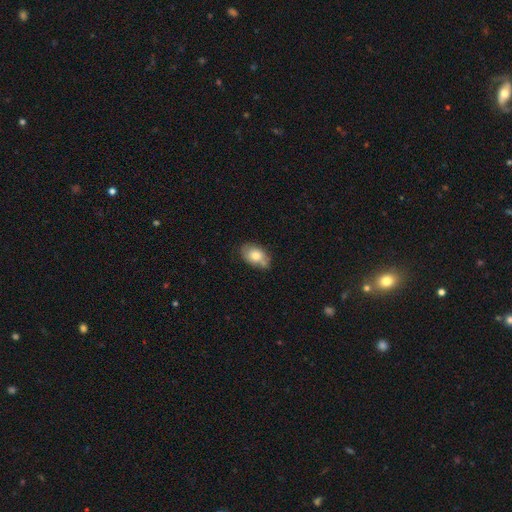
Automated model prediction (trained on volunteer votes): smooth 74%, featured or disk 18%, star or artifact 8%. Down the decision tree: how rounded — in between (86%); merging — none (64%).